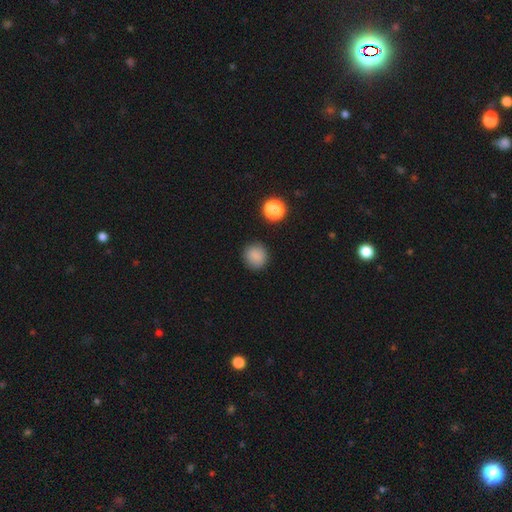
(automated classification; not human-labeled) A smooth galaxy with no disk features (86%) that is round (91%). Merging: none (90%).